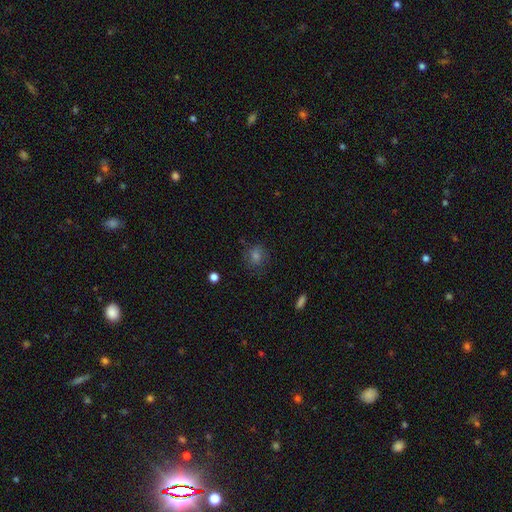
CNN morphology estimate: The model was most divided on "smooth or featured": smooth: 62%, star or artifact: 25%, featured or disk: 13%. More confident: merging — none (79%); how rounded — round (71%).